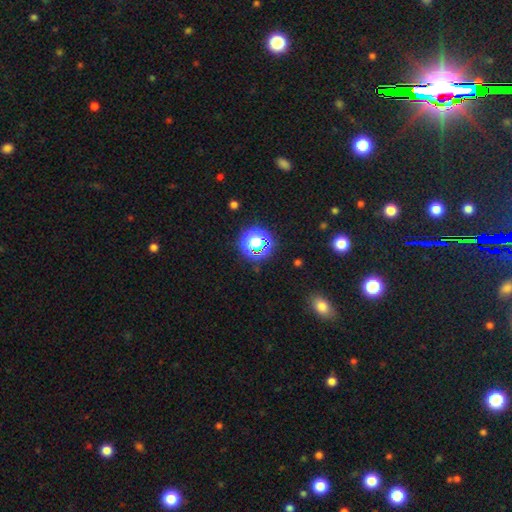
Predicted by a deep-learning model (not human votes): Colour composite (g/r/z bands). It shows a star or artifact, not a galaxy (68%).